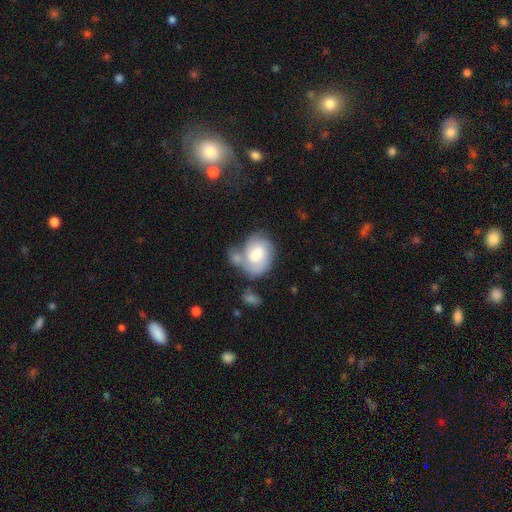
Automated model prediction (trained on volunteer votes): A smooth galaxy with no disk features (51%) that is in between round and cigar-shaped (62%).

Vote fractions:
- Smooth or featured? smooth: 51% / featured or disk: 43% / star or artifact: 7%
- How rounded? in between: 62% / round: 36% / cigar-shaped: 1%
- Merging? merger: 35% / none: 33% / minor disturbance: 20% / major disturbance: 12%